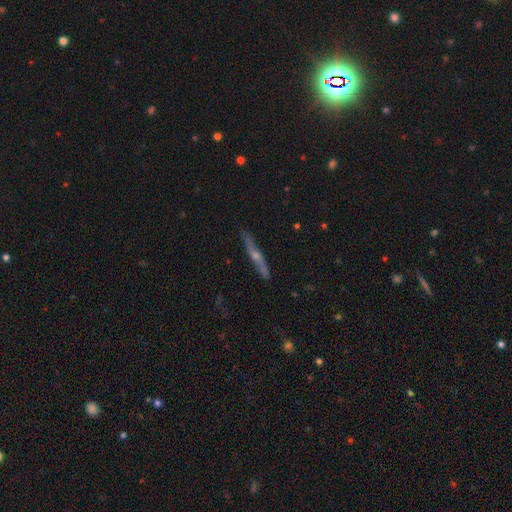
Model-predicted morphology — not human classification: Q: Smooth or featured?
A: featured or disk (72%); runner-up: smooth (21%)
Q: Edge-on disk?
A: yes (93%); runner-up: no (7%)
Q: Edge-on bulge?
A: rounded (82%); runner-up: none (14%)
Q: Merging?
A: none (86%); runner-up: minor disturbance (10%)